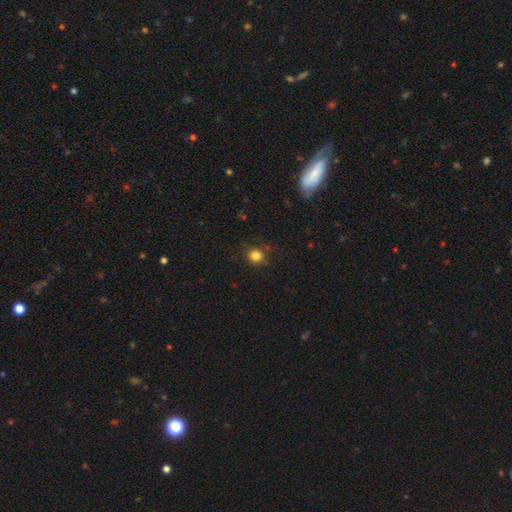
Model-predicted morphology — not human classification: smooth-or-featured: smooth: 82% | star or artifact: 13% | featured or disk: 5%
  how-rounded: round: 90% | in between: 9% | cigar-shaped: 1%
  merging: none: 84% | minor disturbance: 11% | major disturbance: 3% | merger: 2%